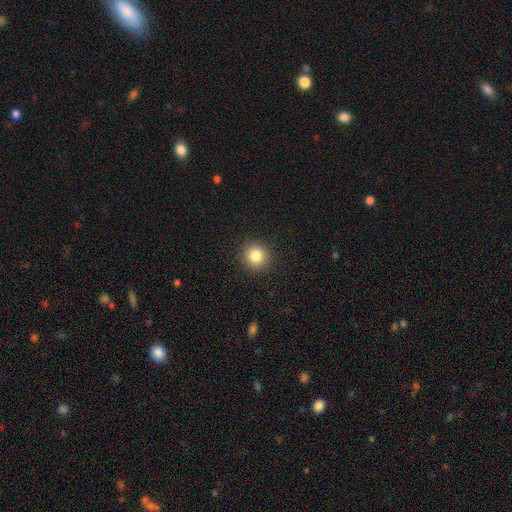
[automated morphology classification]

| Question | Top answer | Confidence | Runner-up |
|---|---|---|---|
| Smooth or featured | smooth | 84% | star or artifact (10%) |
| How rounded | round | 94% | in between (5%) |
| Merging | none | 92% | minor disturbance (5%) |